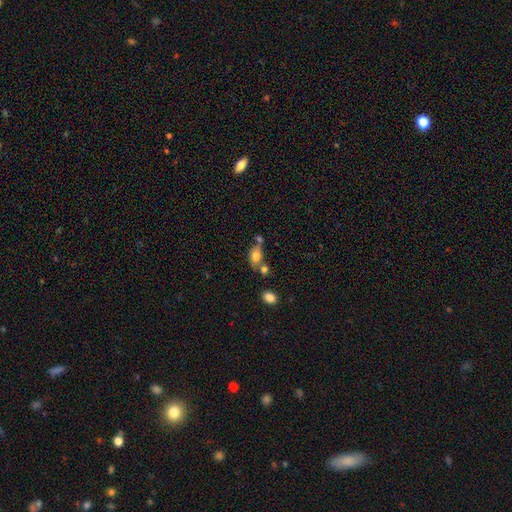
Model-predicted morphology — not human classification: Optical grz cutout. It shows a smooth galaxy with no disk features (74%) that is in between round and cigar-shaped (80%). Merging: none (40%).